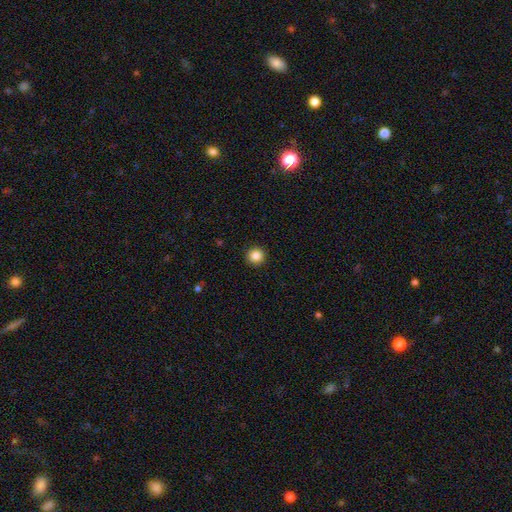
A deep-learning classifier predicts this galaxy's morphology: Smooth or featured?
  - smooth: 86% *
  - star or artifact: 10%
  - featured or disk: 4%
How rounded?
  - round: 96% *
  - in between: 3%
  - cigar-shaped: 1%
Merging?
  - none: 93% *
  - minor disturbance: 4%
  - major disturbance: 1%
  - merger: 1%